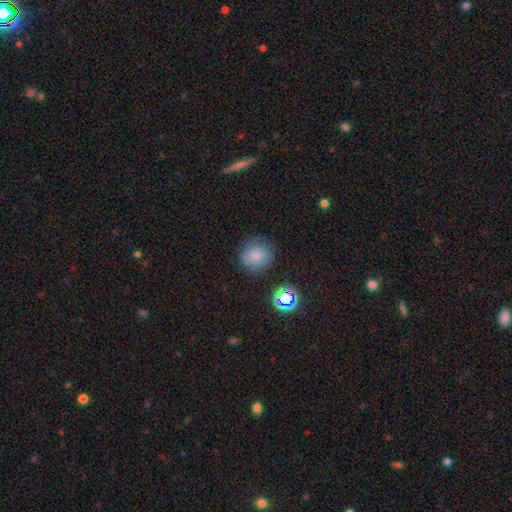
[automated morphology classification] Overall: smooth (75%). How rounded: round (88%). Merging: none (75%).